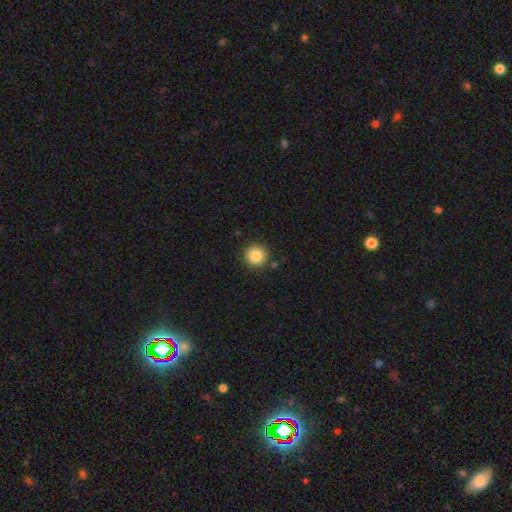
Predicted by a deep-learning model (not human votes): Morphology: type=smooth (86%); roundness=round (95%); merging=none (88%).